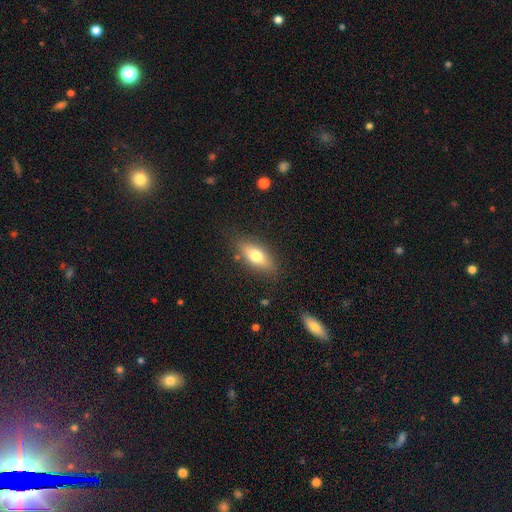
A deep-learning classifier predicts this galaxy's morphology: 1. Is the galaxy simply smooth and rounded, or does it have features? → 71% smooth, 22% featured or disk, 7% star or artifact.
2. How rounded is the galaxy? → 75% in between, 21% cigar-shaped, 4% round.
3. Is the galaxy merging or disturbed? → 83% none, 12% minor disturbance, 3% major disturbance, 2% merger.